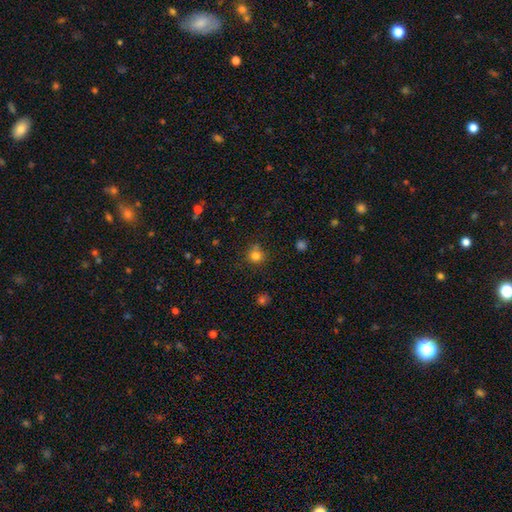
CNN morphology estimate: This appears to be a smooth galaxy with no disk features (78%) that is round (88%). Merging: none (71%).